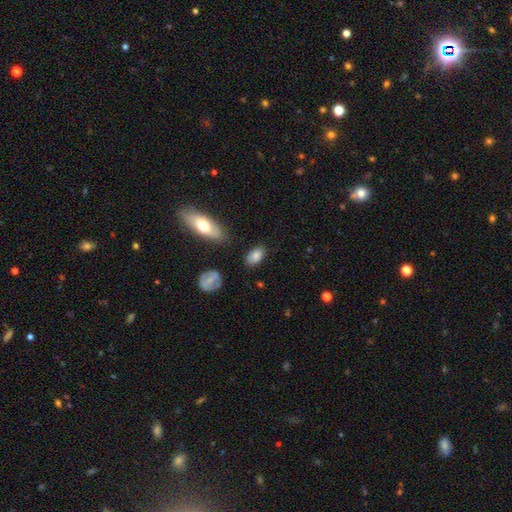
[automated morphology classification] Overall: smooth (79%). How rounded: in between (90%). Merging: none (73%).